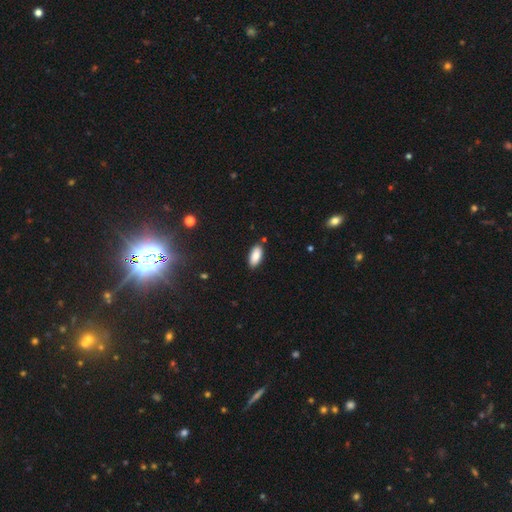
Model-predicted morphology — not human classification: This appears to be a smooth galaxy with no disk features (86%) that is in between round and cigar-shaped (90%). Merging: none (86%).